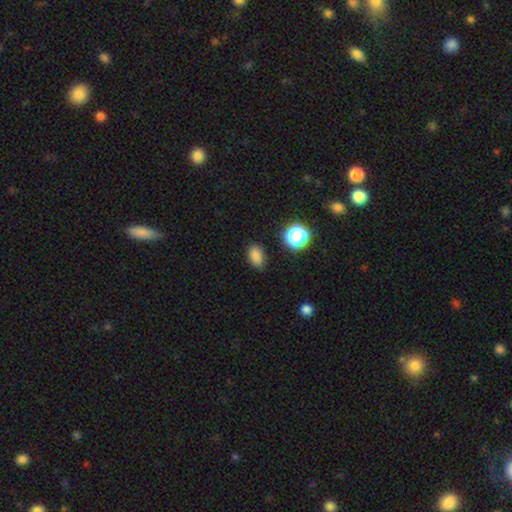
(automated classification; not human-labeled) This appears to be a smooth galaxy with no disk features (81%) that is in between round and cigar-shaped (82%). Merging: none (83%).